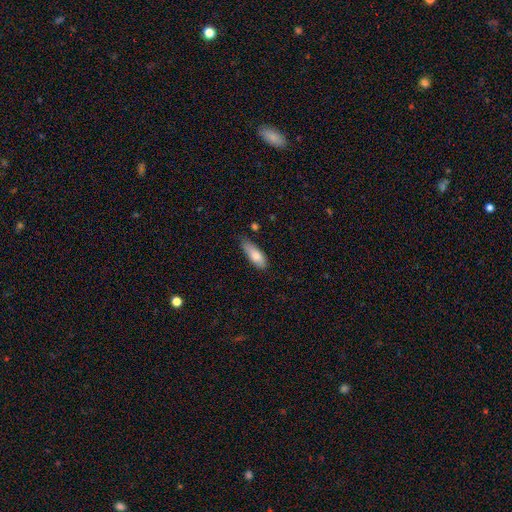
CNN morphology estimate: This is likely a smooth galaxy (79%). How rounded: likely in between (71%). Merging: likely none (61%).